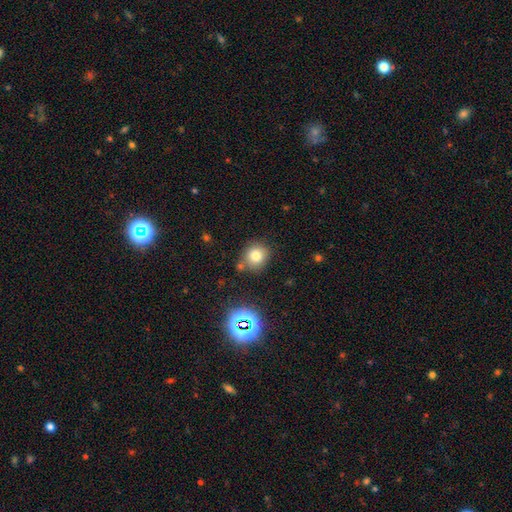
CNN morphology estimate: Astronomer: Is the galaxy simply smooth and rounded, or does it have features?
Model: smooth — 77%.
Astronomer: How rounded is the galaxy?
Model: round — 86%.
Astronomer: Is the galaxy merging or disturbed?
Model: none — 74%.